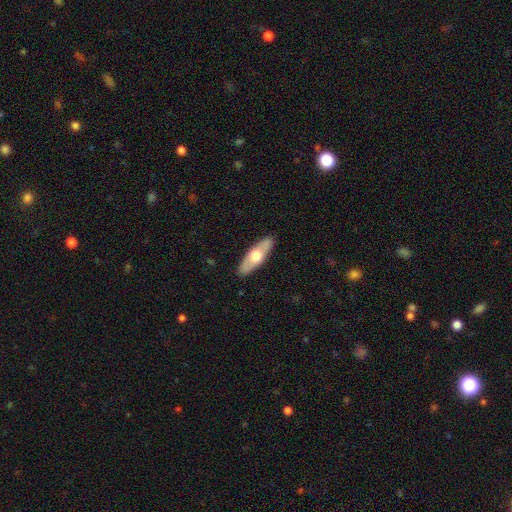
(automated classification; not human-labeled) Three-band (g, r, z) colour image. It shows a smooth galaxy with no disk features (51%) that is in between round and cigar-shaped (53%). Merging: none (88%).